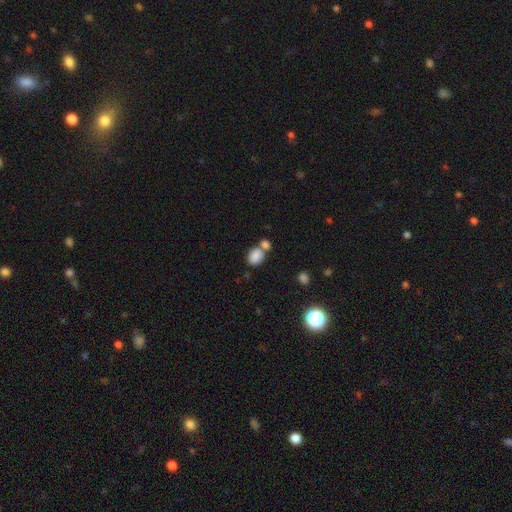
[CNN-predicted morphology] Overall: smooth (83%). How rounded: in between (57%; round 42%). Merging: none (45%; merger 40%).